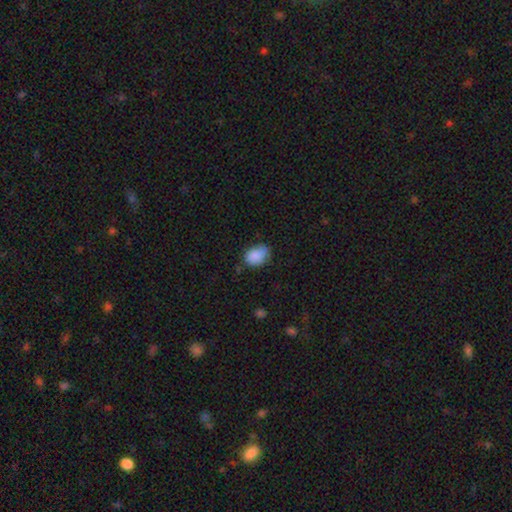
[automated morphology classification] Smooth or featured: smooth — 87% (star or artifact — 8%)
How rounded: in between — 79% (round — 20%)
Merging: none — 62% (minor disturbance — 30%)